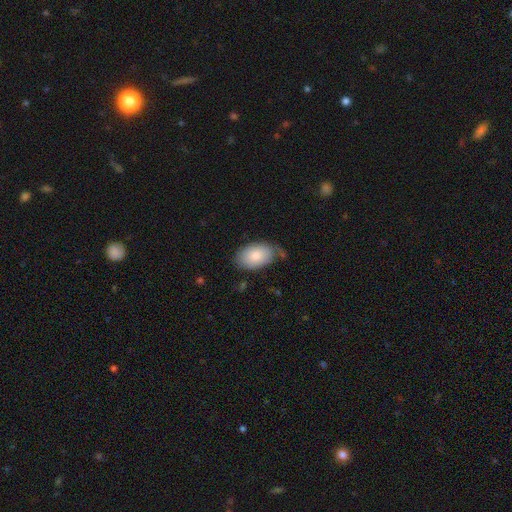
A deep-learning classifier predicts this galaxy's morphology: Smooth or featured: smooth — 82% (featured or disk — 12%)
How rounded: in between — 92% (round — 7%)
Merging: none — 65% (minor disturbance — 24%)